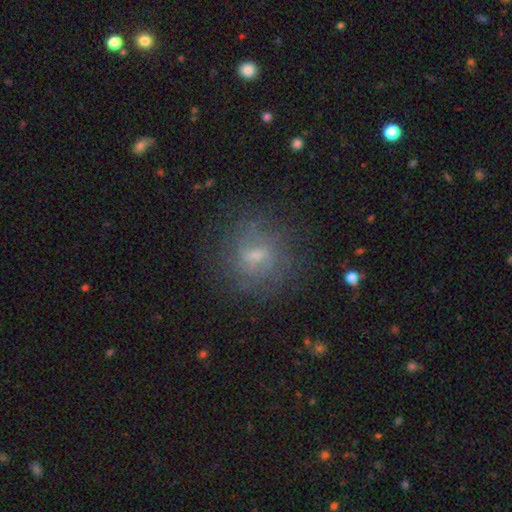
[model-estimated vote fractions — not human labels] featured or disk 63%, smooth 26%, star or artifact 11%. Down the decision tree: edge-on disk — no (96%); bar — weak (61%); spiral arms — yes (77%); bulge size — small (53%); merging — none (73%).